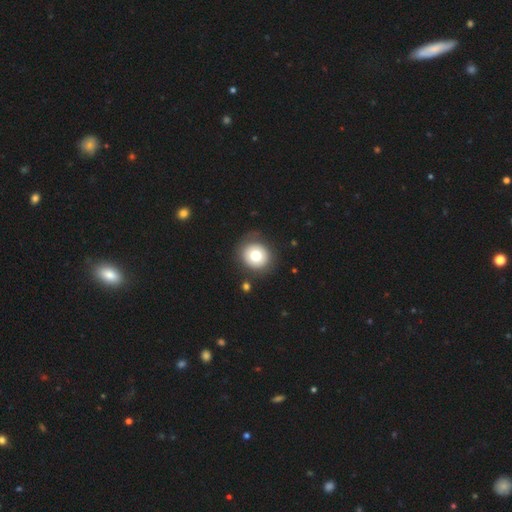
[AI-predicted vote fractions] Smooth or featured? Predicted: smooth (p=0.73). How rounded? Predicted: round (p=0.89). Merging? Predicted: none (p=0.79).